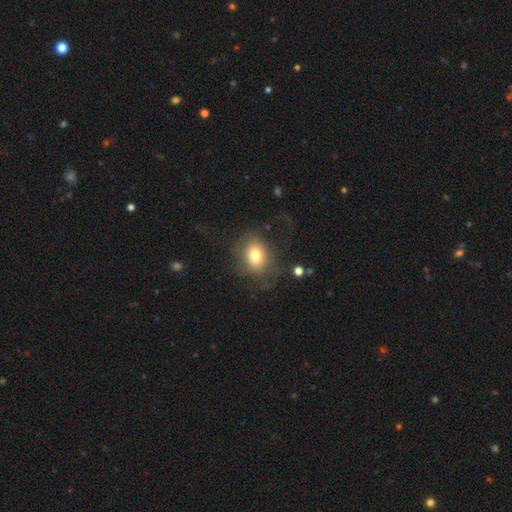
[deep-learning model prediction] Overall: smooth (72%). How rounded: round (51%; in between 47%). Merging: none (57%; major disturbance 23%).